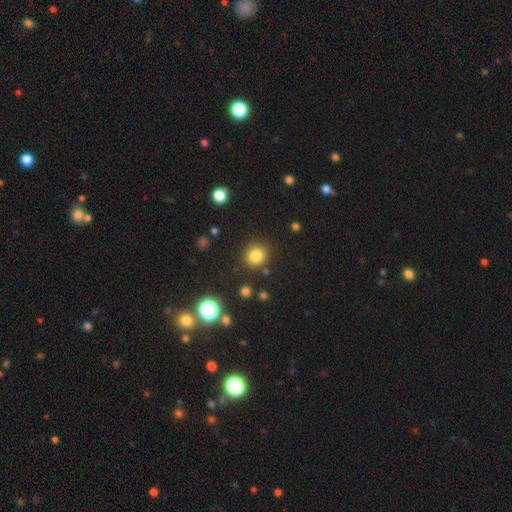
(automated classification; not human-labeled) This is clearly a smooth galaxy (81%). How rounded: clearly round (88%). Merging: clearly none (86%).